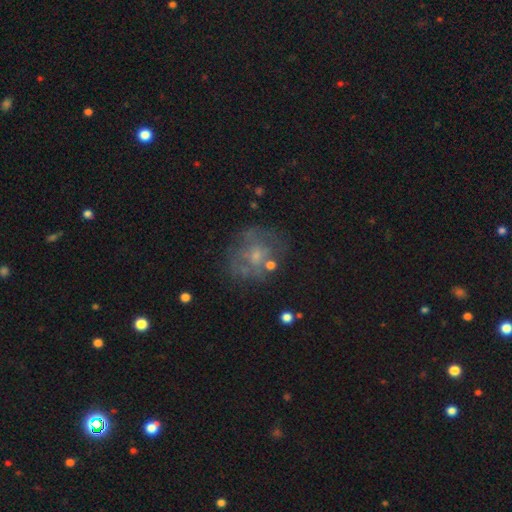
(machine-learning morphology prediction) smooth_or_featured: featured or disk (p=0.48) [alt: smooth p=0.28]
merging: none (p=0.69) [alt: minor disturbance p=0.16]